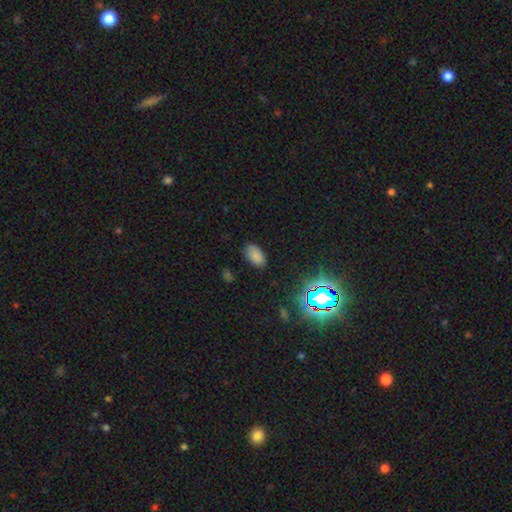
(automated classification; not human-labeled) smooth 79%, star or artifact 15%, featured or disk 6%. Down the decision tree: how rounded — in between (94%); merging — none (79%).